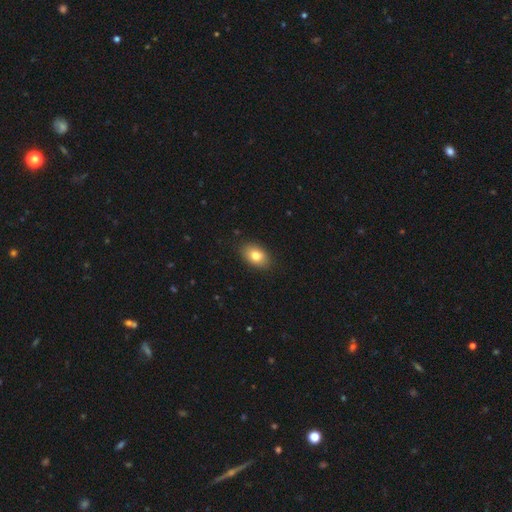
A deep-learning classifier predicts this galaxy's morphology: Smooth or featured?
  - smooth: 79% *
  - featured or disk: 13%
  - star or artifact: 8%
How rounded?
  - in between: 85% *
  - round: 13%
  - cigar-shaped: 1%
Merging?
  - none: 87% *
  - minor disturbance: 10%
  - major disturbance: 2%
  - merger: 1%